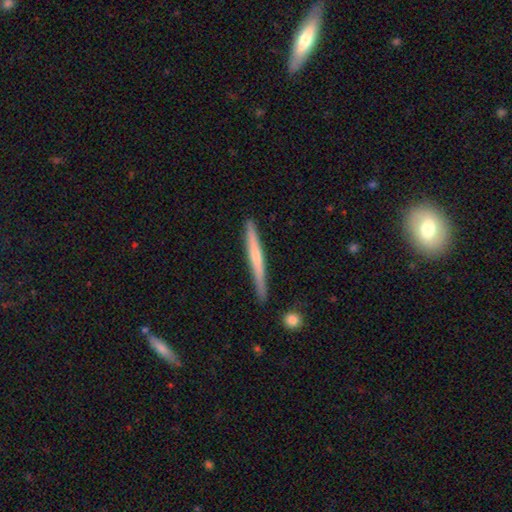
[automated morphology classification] smooth_or_featured: featured or disk (p=0.48) [alt: smooth p=0.47]
merging: none (p=0.87) [alt: minor disturbance p=0.10]